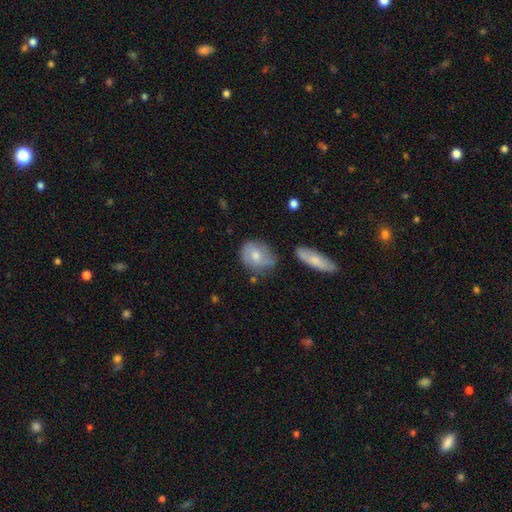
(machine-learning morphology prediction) Smooth or featured? Predicted: smooth (p=0.54). How rounded? Predicted: round (p=0.57). Merging? Predicted: none (p=0.58).